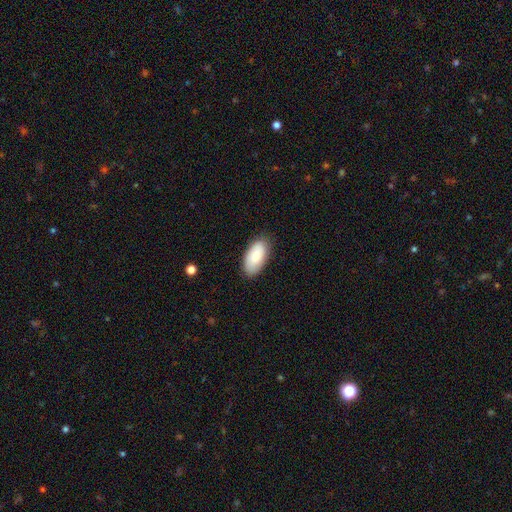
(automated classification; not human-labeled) smooth 80%, featured or disk 13%, star or artifact 6%. Down the decision tree: how rounded — in between (94%); merging — none (84%).